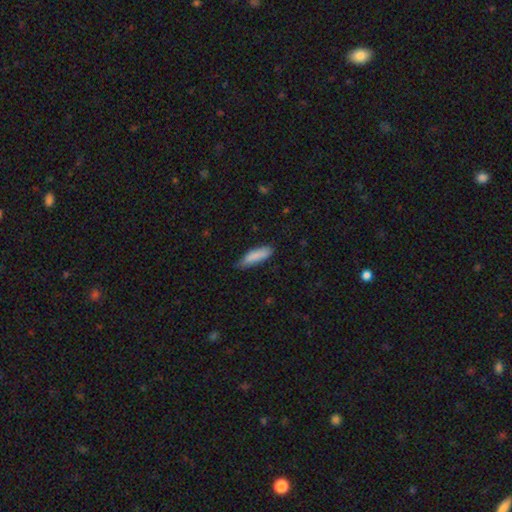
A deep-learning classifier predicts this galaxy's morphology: Smooth or featured: smooth — 86% (featured or disk — 9%)
How rounded: cigar-shaped — 56% (in between — 43%)
Merging: none — 65% (minor disturbance — 29%)